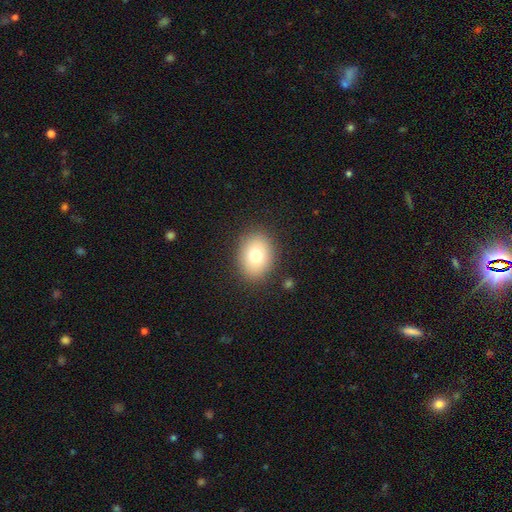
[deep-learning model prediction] This is likely a smooth galaxy (75%). How rounded: possibly in between (52%). Merging: clearly none (87%).